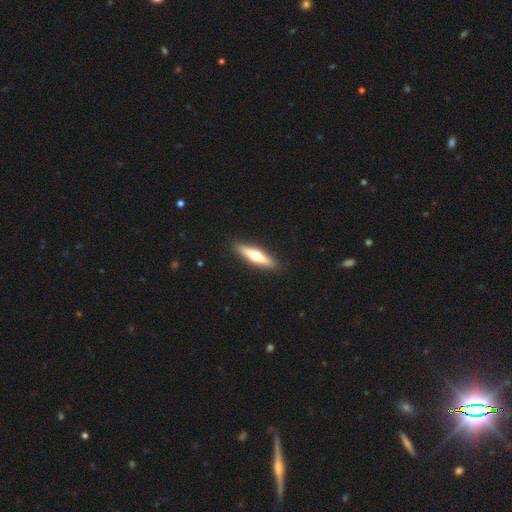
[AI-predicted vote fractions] Smooth or featured? featured or disk (52%)
Edge-on disk? yes (93%)
Merging? none (91%)